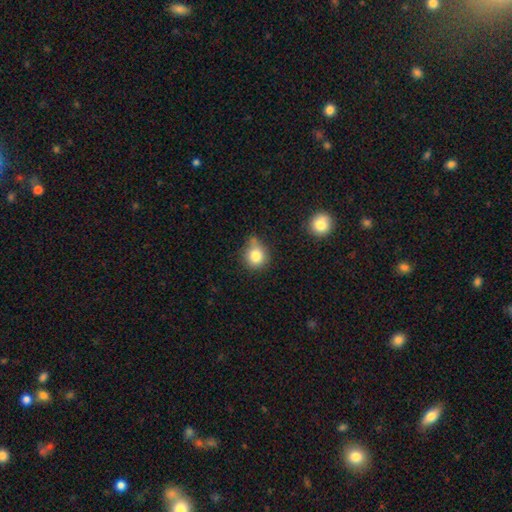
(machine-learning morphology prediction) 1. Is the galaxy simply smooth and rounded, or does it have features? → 82% smooth, 11% star or artifact, 8% featured or disk.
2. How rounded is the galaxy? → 84% round, 15% in between, 1% cigar-shaped.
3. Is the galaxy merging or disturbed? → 59% none, 25% minor disturbance, 10% merger, 6% major disturbance.